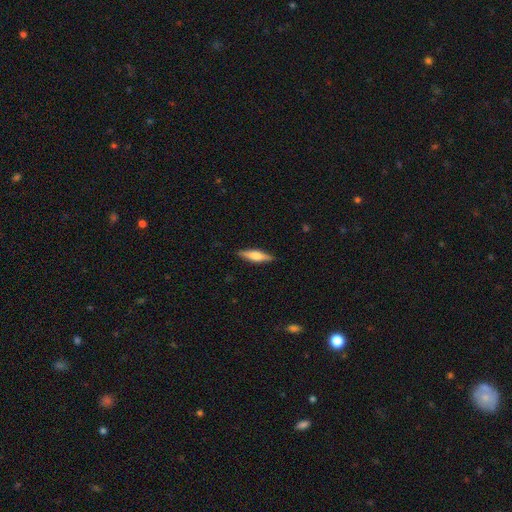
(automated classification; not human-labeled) Overall: smooth (55%; featured or disk 39%). How rounded: cigar-shaped (70%). Merging: none (89%).